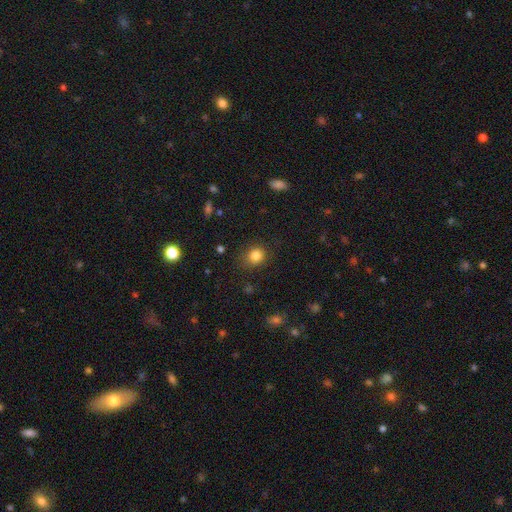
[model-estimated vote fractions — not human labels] Smooth or featured? smooth (83%)
How rounded? round (74%)
Merging? none (79%)